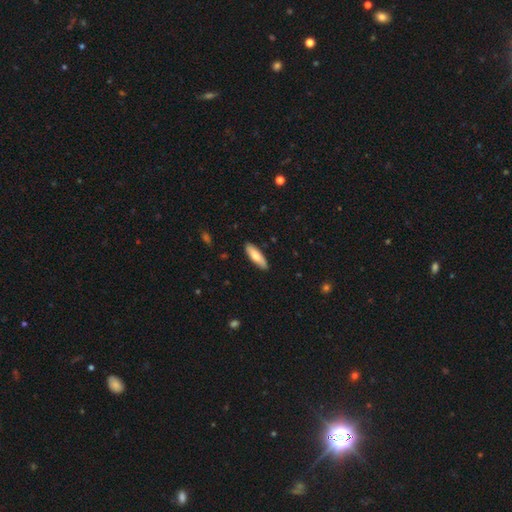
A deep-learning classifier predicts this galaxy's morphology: Smooth or featured?
  - smooth: 74% *
  - featured or disk: 21%
  - star or artifact: 5%
How rounded?
  - cigar-shaped: 56% *
  - in between: 42%
  - round: 2%
Merging?
  - none: 87% *
  - minor disturbance: 10%
  - major disturbance: 2%
  - merger: 1%